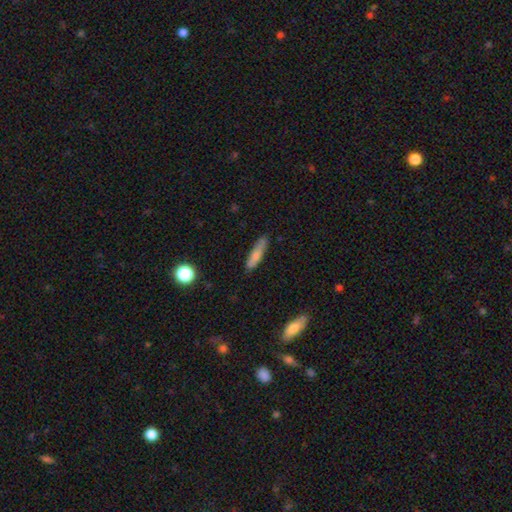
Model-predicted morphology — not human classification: smooth-or-featured: smooth: 75% | featured or disk: 18% | star or artifact: 7%
  how-rounded: cigar-shaped: 79% | in between: 19% | round: 2%
  merging: none: 80% | minor disturbance: 15% | major disturbance: 3% | merger: 2%